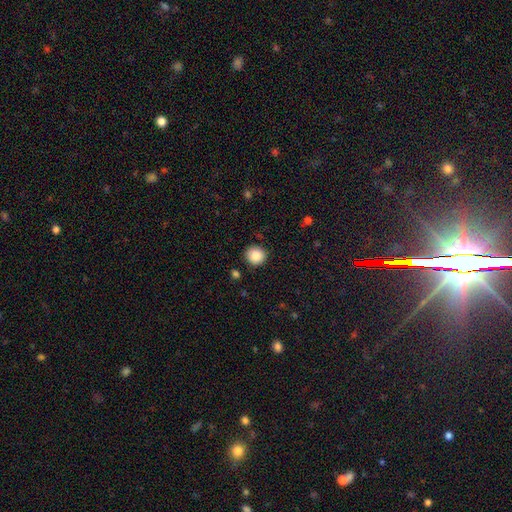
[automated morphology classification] Smooth or featured? smooth (88%)
How rounded? round (91%)
Merging? none (89%)